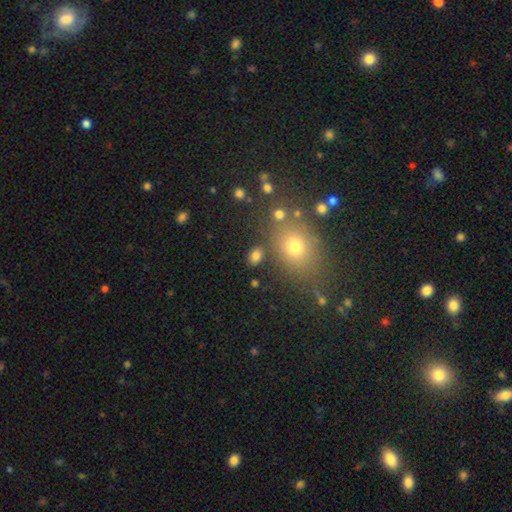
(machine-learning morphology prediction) Smooth or featured?
  - smooth: 79% *
  - star or artifact: 14%
  - featured or disk: 7%
How rounded?
  - in between: 77% *
  - round: 21%
  - cigar-shaped: 2%
Merging?
  - none: 80% *
  - minor disturbance: 10%
  - merger: 6%
  - major disturbance: 4%